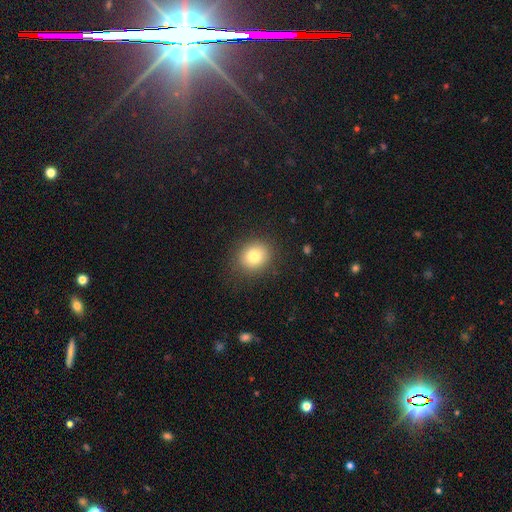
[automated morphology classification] smooth-or-featured: smooth: 79% | star or artifact: 11% | featured or disk: 10%
  how-rounded: round: 73% | in between: 26% | cigar-shaped: 1%
  merging: none: 86% | minor disturbance: 9% | major disturbance: 4% | merger: 1%